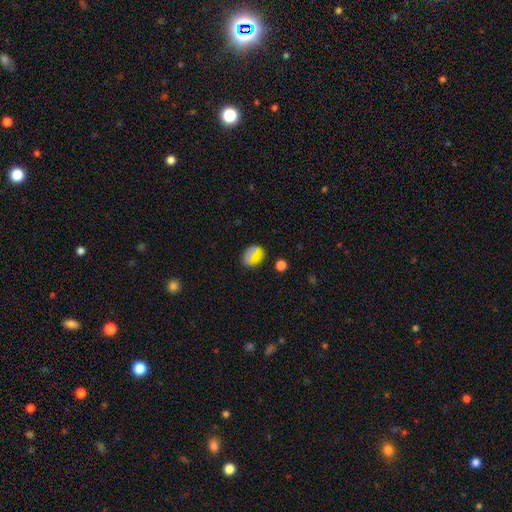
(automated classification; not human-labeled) Overall: smooth (66%). How rounded: round (58%; in between 39%). Merging: none (77%).